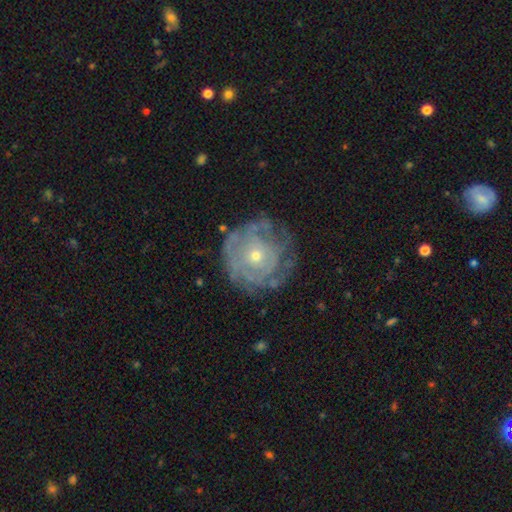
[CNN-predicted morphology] smooth_or_featured: featured or disk (p=0.73) [alt: smooth p=0.19]
disk_edge_on: no (p=0.97) [alt: yes p=0.03]
bar: no (p=0.86) [alt: weak p=0.12]
has_spiral_arms: yes (p=0.70) [alt: no p=0.30]
bulge_size: small (p=0.64) [alt: moderate p=0.33]
merging: none (p=0.67) [alt: minor disturbance p=0.19]